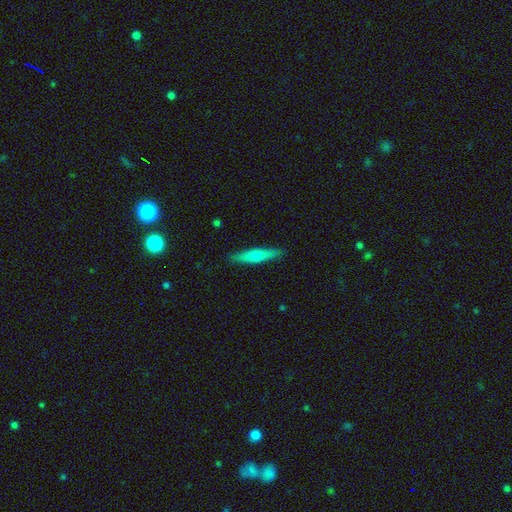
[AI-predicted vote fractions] smooth 56%, featured or disk 39%, star or artifact 6%. Down the decision tree: how rounded — cigar-shaped (86%); merging — none (89%).